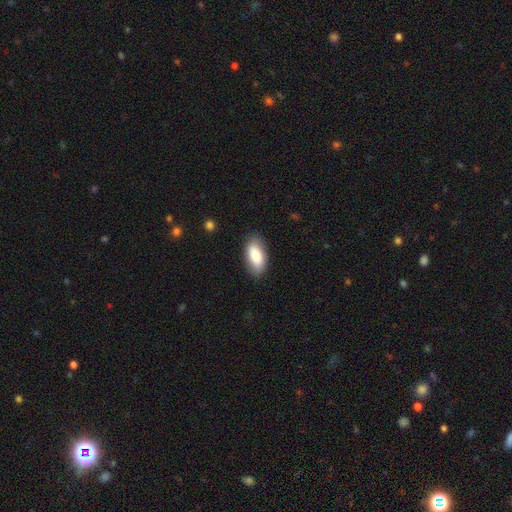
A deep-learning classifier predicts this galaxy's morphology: Smooth or featured: smooth — 80% (featured or disk — 14%)
How rounded: in between — 91% (cigar-shaped — 7%)
Merging: none — 85% (minor disturbance — 12%)